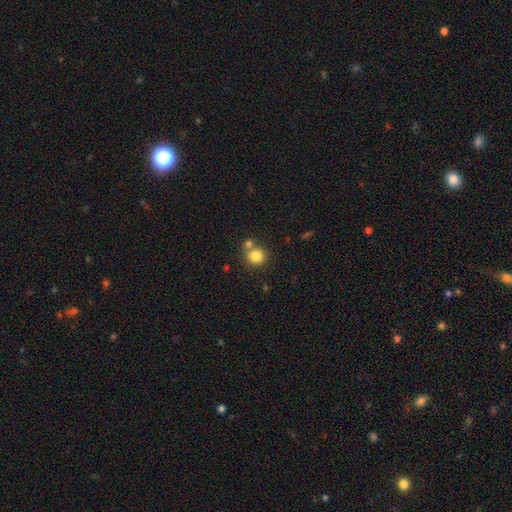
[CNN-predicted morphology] type=smooth (82%); roundness=round (90%); merging=none (66%).